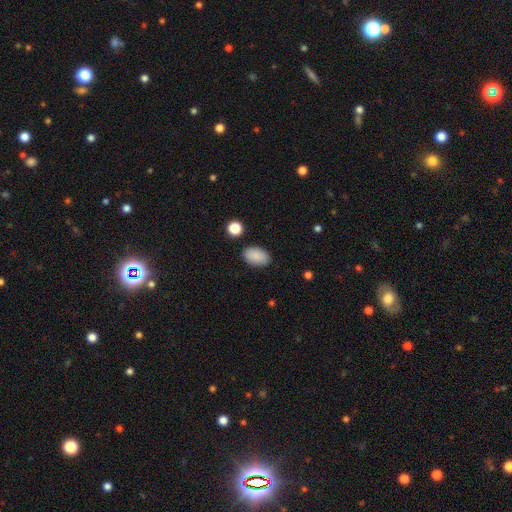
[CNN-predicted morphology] Smooth or featured? Predicted: smooth (p=0.89). How rounded? Predicted: in between (p=0.91). Merging? Predicted: none (p=0.87).